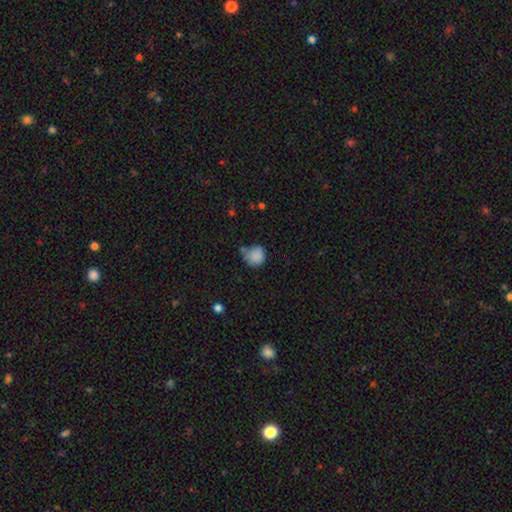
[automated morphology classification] A smooth galaxy with no disk features (85%) that is round (86%). Merging: none (54%).